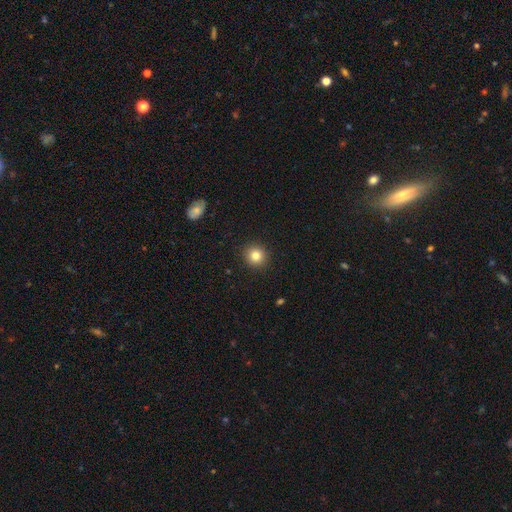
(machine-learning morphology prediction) smooth 83%, star or artifact 11%, featured or disk 6%. Down the decision tree: how rounded — round (92%); merging — none (92%).